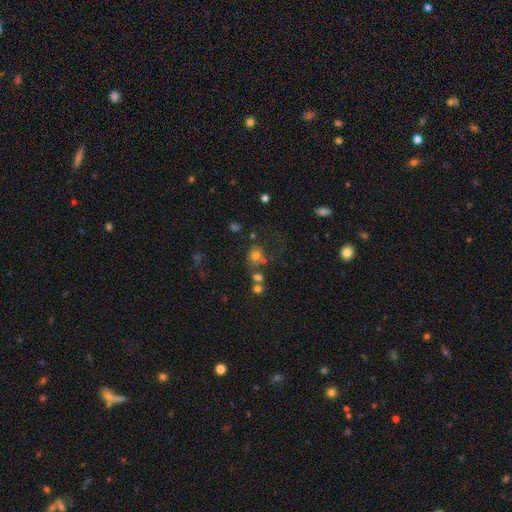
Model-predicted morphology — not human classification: This is likely a smooth galaxy (67%). How rounded: likely round (72%). Merging: possibly none (55%).